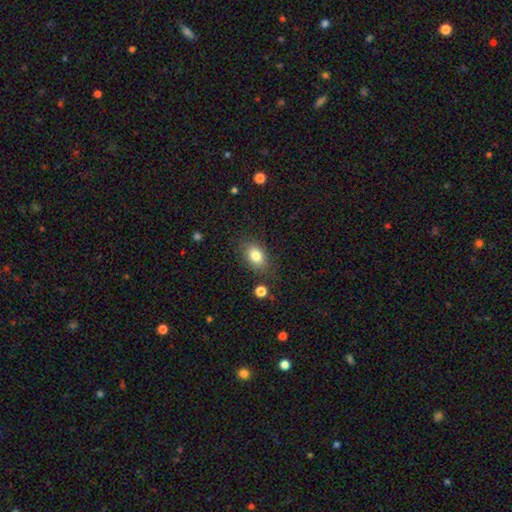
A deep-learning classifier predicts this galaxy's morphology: Q: Smooth or featured?
A: smooth (82%); runner-up: featured or disk (10%)
Q: How rounded?
A: in between (81%); runner-up: round (17%)
Q: Merging?
A: none (80%); runner-up: minor disturbance (14%)